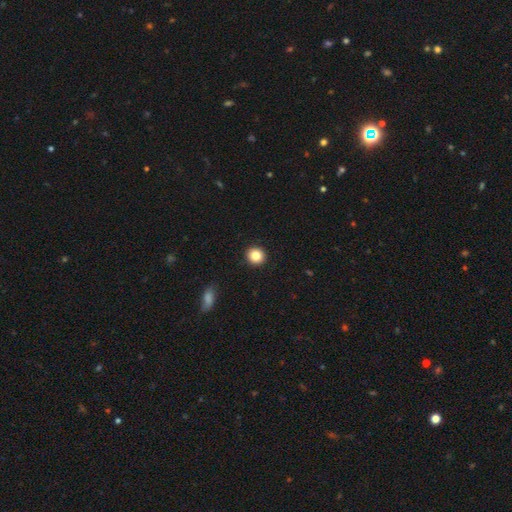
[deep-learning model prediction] This is clearly a smooth galaxy (85%). How rounded: clearly round (91%). Merging: clearly none (93%).